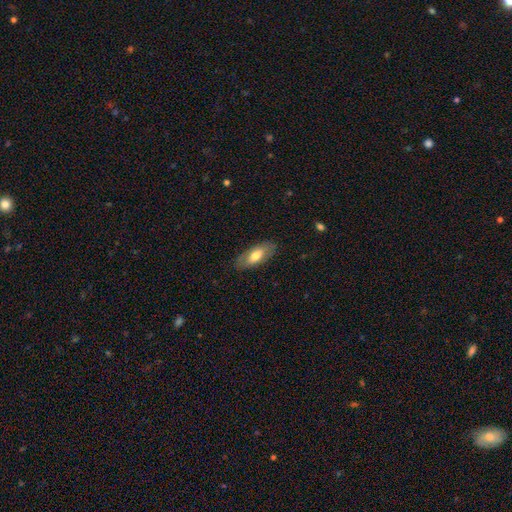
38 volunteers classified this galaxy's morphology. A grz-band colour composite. It shows a smooth galaxy with no disk features (71%) that is in between round and cigar-shaped (96%). Merging: none (89%).